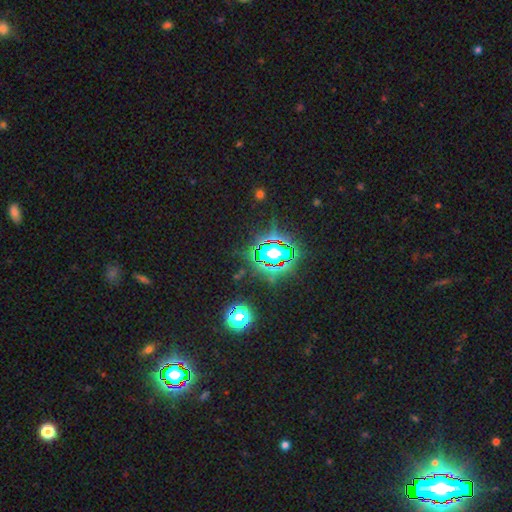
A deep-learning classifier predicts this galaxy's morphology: Q: Smooth or featured?
A: star or artifact (74%); runner-up: smooth (16%)